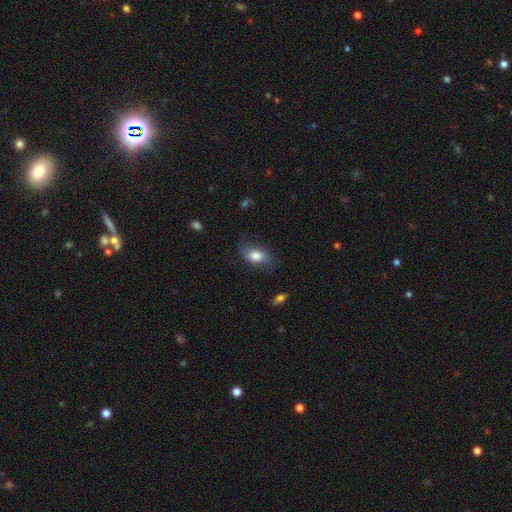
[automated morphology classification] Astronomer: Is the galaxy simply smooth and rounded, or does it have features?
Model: smooth — 71%.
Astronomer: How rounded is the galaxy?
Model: in between — 84%.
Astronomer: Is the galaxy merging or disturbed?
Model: none — 62%.